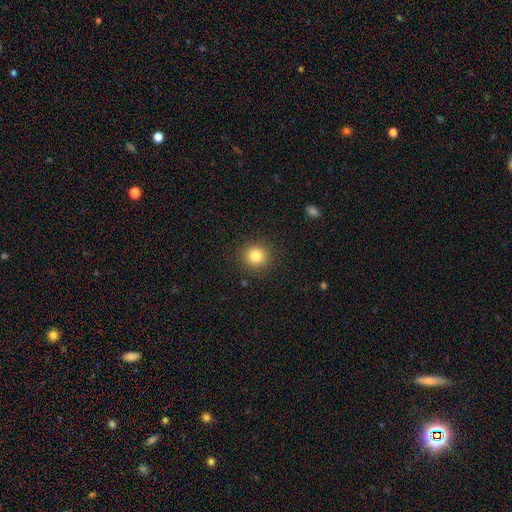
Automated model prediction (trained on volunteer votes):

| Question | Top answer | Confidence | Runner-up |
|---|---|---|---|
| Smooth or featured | smooth | 83% | star or artifact (11%) |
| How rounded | round | 91% | in between (8%) |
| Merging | none | 90% | minor disturbance (6%) |